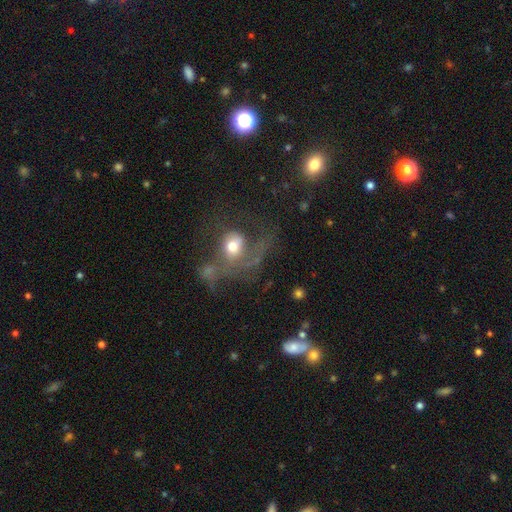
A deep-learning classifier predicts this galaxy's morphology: Smooth or featured? Predicted: featured or disk (p=0.48). Merging? Predicted: none (p=0.35).